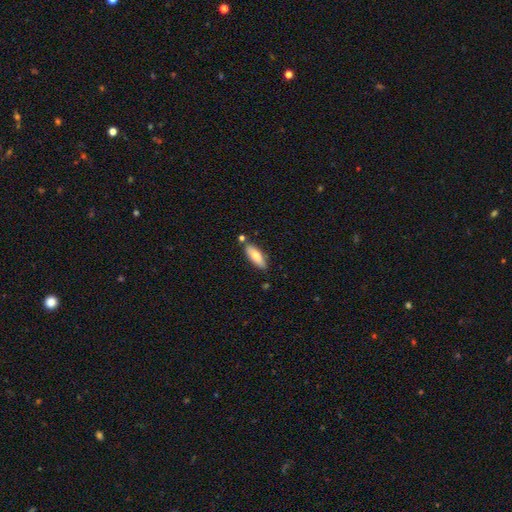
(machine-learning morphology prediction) A smooth galaxy with no disk features (77%) that is in between round and cigar-shaped (63%). Merging: none (75%).